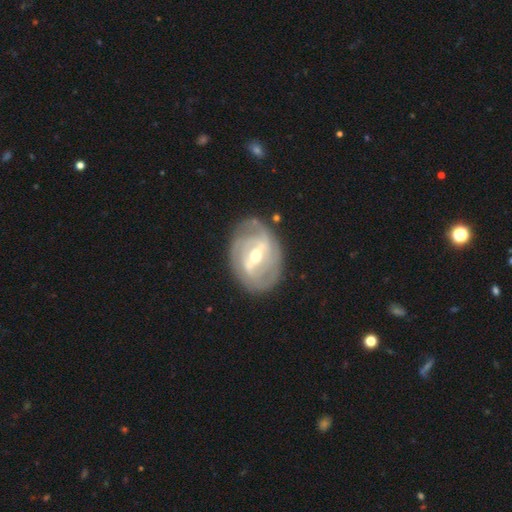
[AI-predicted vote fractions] Smooth or featured?
  - featured or disk: 84% *
  - smooth: 11%
  - star or artifact: 5%
Edge-on disk?
  - no: 95% *
  - yes: 5%
Bar?
  - strong: 61% *
  - weak: 31%
  - no: 8%
Spiral arms?
  - yes: 86% *
  - no: 14%
Spiral winding?
  - tight: 57% *
  - medium: 31%
  - loose: 12%
Spiral arm count?
  - 2: 43% *
  - can't tell: 29%
  - 3: 16%
  - 4: 6%
  - 1: 4%
  - more than 4: 3%
Bulge size?
  - moderate: 62% *
  - small: 33%
  - large: 3%
  - none: 1%
  - dominant: 1%
Merging?
  - none: 75% *
  - minor disturbance: 17%
  - major disturbance: 6%
  - merger: 2%